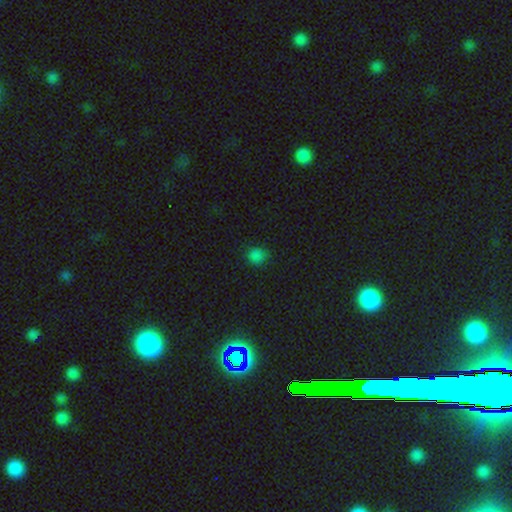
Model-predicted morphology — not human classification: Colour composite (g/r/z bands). It shows a smooth galaxy with no disk features (79%) that is round (87%). Merging: none (85%).